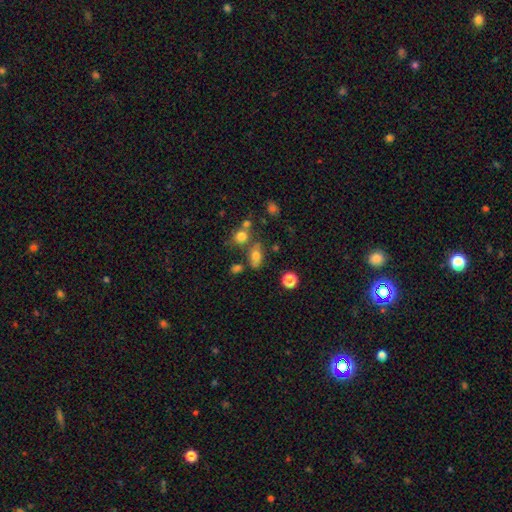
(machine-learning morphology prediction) Smooth or featured?
  - smooth: 72% *
  - star or artifact: 15%
  - featured or disk: 13%
How rounded?
  - in between: 73% *
  - round: 21%
  - cigar-shaped: 6%
Merging?
  - none: 58% *
  - minor disturbance: 18%
  - merger: 17%
  - major disturbance: 7%